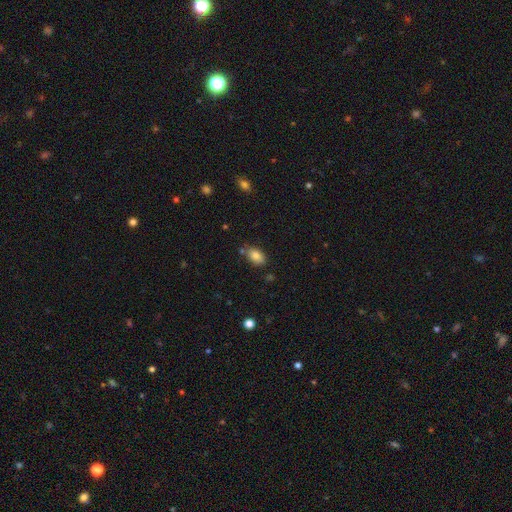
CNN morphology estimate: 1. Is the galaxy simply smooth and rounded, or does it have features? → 84% smooth, 9% star or artifact, 8% featured or disk.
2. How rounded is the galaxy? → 90% in between, 8% round, 2% cigar-shaped.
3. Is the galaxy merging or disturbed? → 75% none, 15% minor disturbance, 7% merger, 3% major disturbance.